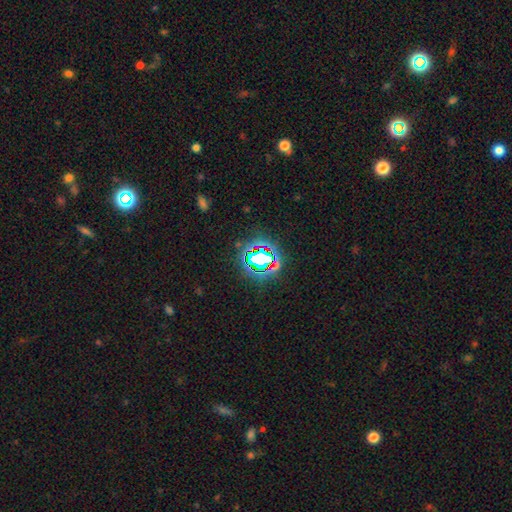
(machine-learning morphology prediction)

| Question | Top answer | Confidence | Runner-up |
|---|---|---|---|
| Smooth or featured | star or artifact | 71% | smooth (17%) |